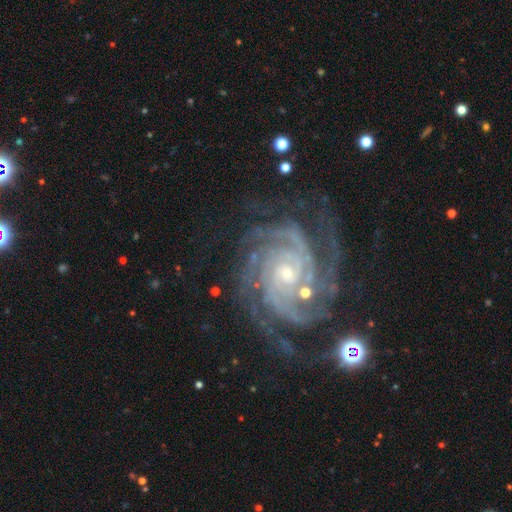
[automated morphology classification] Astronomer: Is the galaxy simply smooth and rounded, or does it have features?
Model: featured or disk — 91%.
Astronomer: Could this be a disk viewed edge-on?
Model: no — 97%.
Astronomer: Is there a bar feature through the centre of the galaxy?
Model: no — 62%.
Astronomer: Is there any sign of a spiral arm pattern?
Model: yes — 99%.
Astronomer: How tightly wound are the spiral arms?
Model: tight — 74%.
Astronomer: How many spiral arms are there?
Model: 4 — 33% (runner-up: 3, 22%).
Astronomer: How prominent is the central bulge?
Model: small — 67%.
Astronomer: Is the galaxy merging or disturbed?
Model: none — 77%.